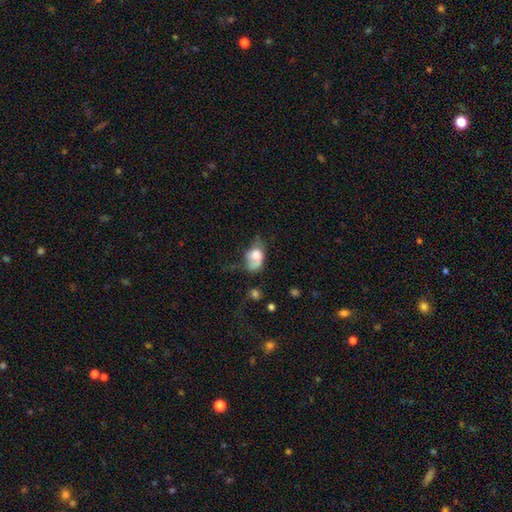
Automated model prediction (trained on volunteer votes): smooth-or-featured: smooth: 64% | featured or disk: 27% | star or artifact: 9%
  how-rounded: in between: 78% | round: 20% | cigar-shaped: 2%
  merging: major disturbance: 34% | minor disturbance: 29% | none: 26% | merger: 11%